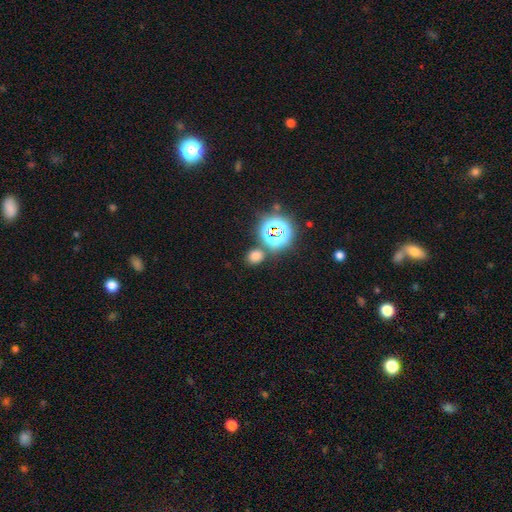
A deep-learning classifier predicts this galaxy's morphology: type=smooth (63%); roundness=round (60%); merging=none (78%).